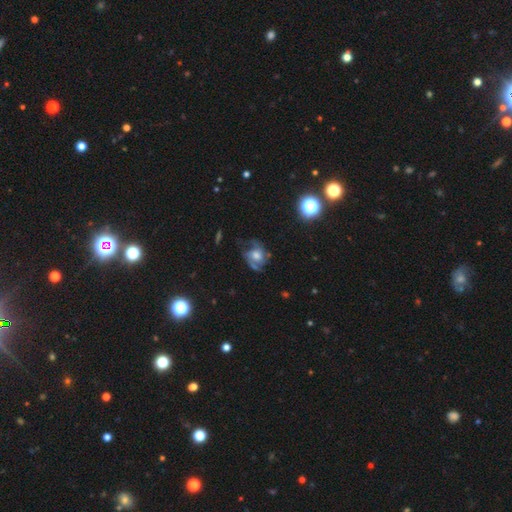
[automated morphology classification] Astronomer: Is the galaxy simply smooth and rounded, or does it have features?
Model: featured or disk — 70%.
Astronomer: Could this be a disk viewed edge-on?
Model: no — 97%.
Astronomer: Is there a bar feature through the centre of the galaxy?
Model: no — 71%.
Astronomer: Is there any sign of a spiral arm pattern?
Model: yes — 89%.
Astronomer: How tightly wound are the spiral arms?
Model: medium — 48% (runner-up: loose, 28%).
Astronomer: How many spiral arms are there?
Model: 2 — 52%.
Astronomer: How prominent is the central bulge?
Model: moderate — 48% (runner-up: large, 31%).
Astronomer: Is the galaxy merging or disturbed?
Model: none — 56%.